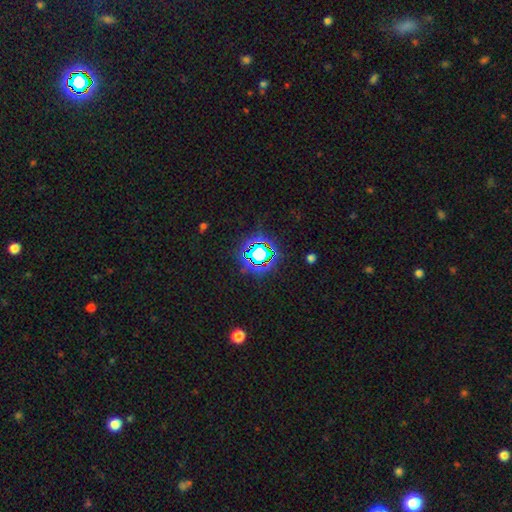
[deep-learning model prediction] smooth_or_featured: star or artifact (p=0.72) [alt: smooth p=0.17]